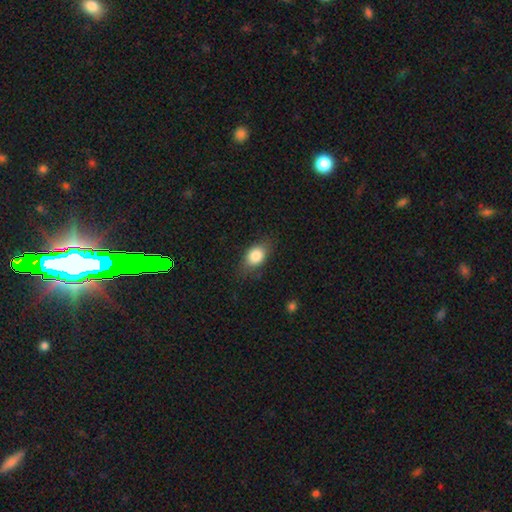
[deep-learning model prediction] Smooth or featured: smooth — 83% (featured or disk — 9%)
How rounded: in between — 76% (round — 22%)
Merging: none — 76% (minor disturbance — 18%)